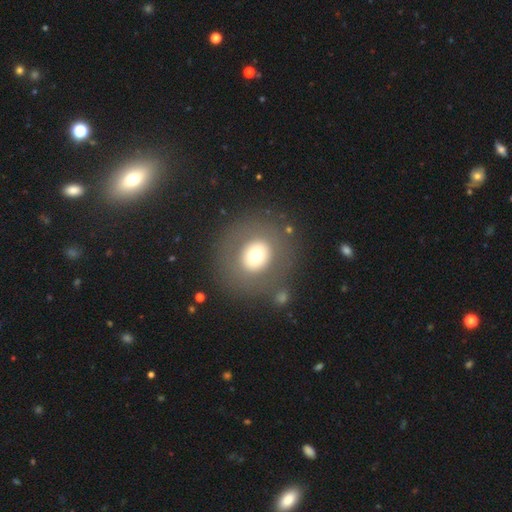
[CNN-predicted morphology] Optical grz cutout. It shows a smooth galaxy with no disk features (63%) that is round (86%). Merging: none (82%).